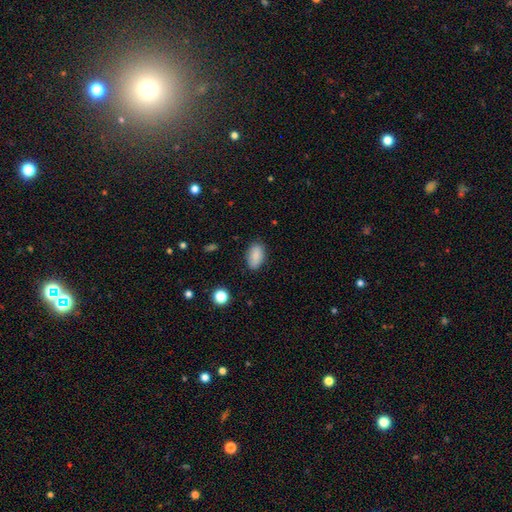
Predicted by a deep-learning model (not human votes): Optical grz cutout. It shows a smooth galaxy with no disk features (88%) that is in between round and cigar-shaped (92%). Merging: none (84%).